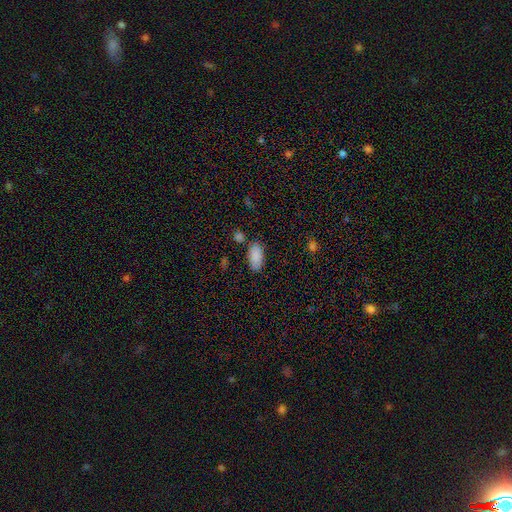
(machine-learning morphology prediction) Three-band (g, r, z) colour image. It shows a smooth galaxy with no disk features (88%) that is in between round and cigar-shaped (92%). Merging: none (78%).